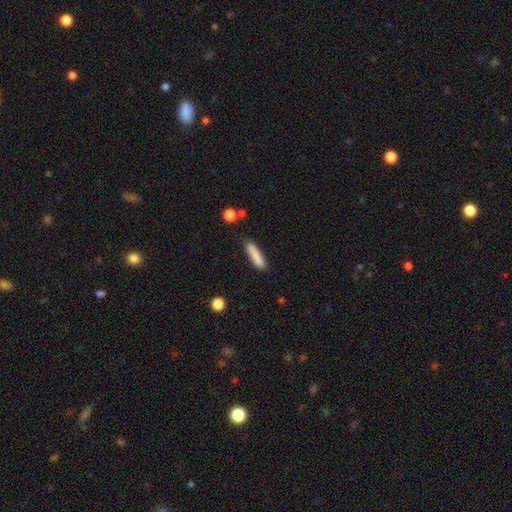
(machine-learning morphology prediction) smooth_or_featured: smooth (p=0.84) [alt: featured or disk p=0.09]
how_rounded: cigar-shaped (p=0.83) [alt: in between p=0.15]
merging: none (p=0.83) [alt: minor disturbance p=0.12]